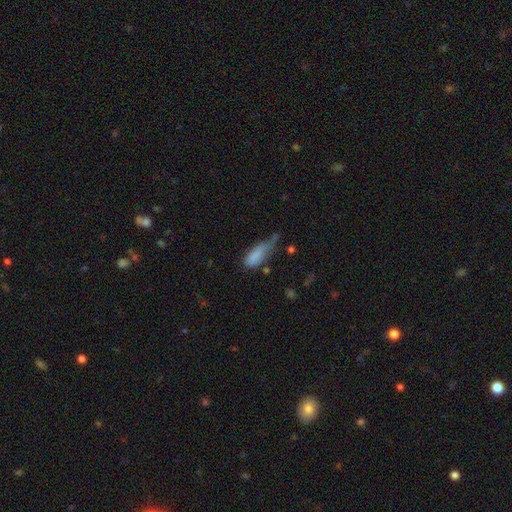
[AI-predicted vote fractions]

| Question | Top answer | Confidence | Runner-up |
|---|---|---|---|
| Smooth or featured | smooth | 79% | featured or disk (12%) |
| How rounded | in between | 76% | cigar-shaped (21%) |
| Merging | minor disturbance | 37% | major disturbance (28%) |